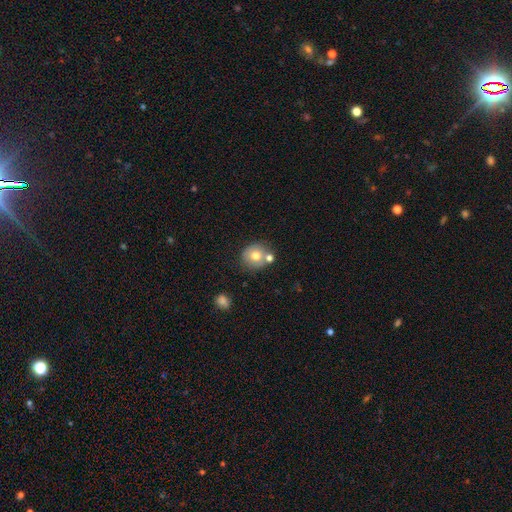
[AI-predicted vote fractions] Smooth or featured? Predicted: smooth (p=0.71). How rounded? Predicted: round (p=0.87). Merging? Predicted: none (p=0.63).